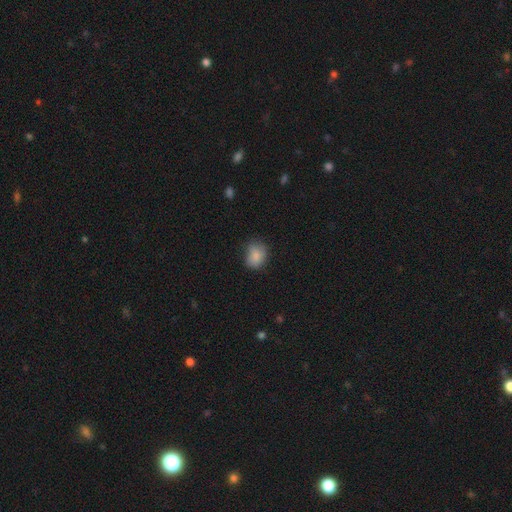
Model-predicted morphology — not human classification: A smooth galaxy with no disk features (84%) that is in between round and cigar-shaped (53%). Merging: none (65%).